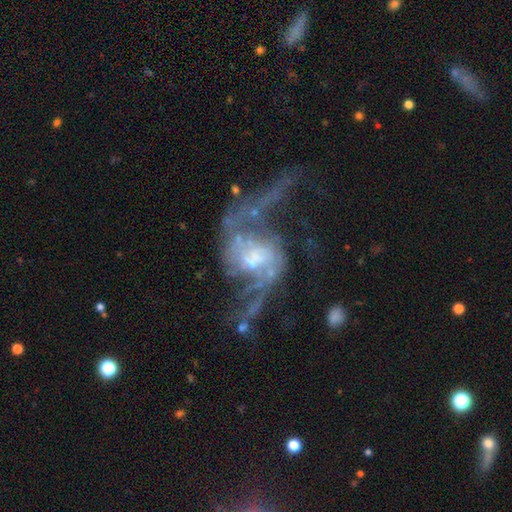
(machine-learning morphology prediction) This is clearly a featured or disk galaxy (88%). It is clearly not viewed edge-on (97%). Bar: possibly no (48%). Spiral arm pattern: clearly yes (92%). Spiral arm count: clearly 2 (84%). Spiral winding: likely loose (66%). Central bulge: marginally small (40%). Merging: marginally none (40%).